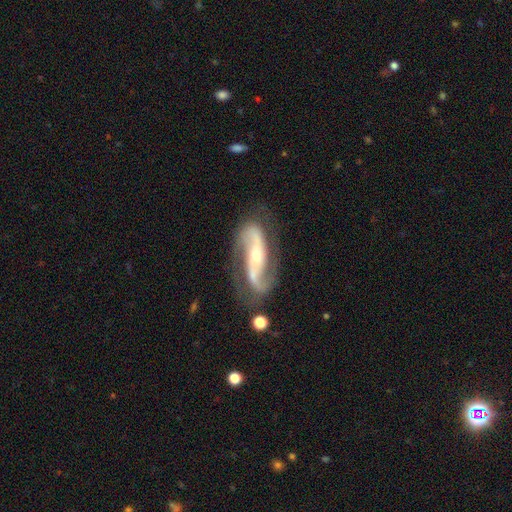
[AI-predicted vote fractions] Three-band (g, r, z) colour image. It shows a featured or disk galaxy (89%) with a strong bar (37%, tied with no), 2 (92%) loose (43%) spiral arms (97%) and a small central bulge (53%). Merging: none (72%).